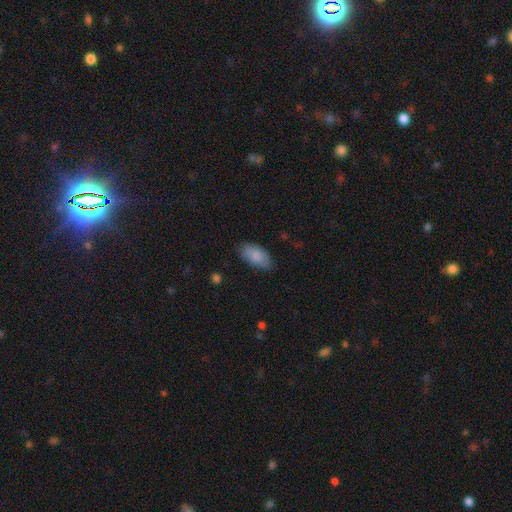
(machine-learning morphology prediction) smooth 86%, featured or disk 8%, star or artifact 6%. Down the decision tree: how rounded — in between (93%); merging — none (77%).